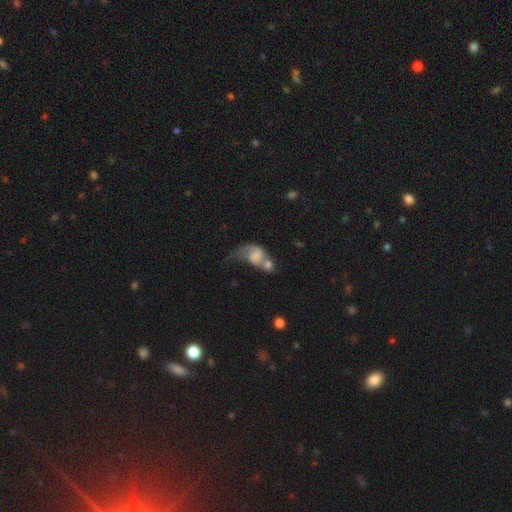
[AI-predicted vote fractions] smooth-or-featured: smooth: 51% | featured or disk: 40% | star or artifact: 9%
  how-rounded: in between: 71% | round: 27% | cigar-shaped: 3%
  merging: merger: 55% | major disturbance: 25% | none: 12% | minor disturbance: 9%